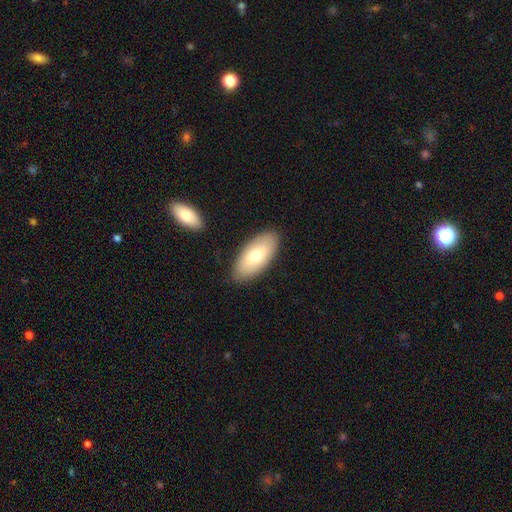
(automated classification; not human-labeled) The model was most divided on "smooth or featured": smooth: 72%, featured or disk: 22%, star or artifact: 6%. More confident: how rounded — in between (91%); merging — none (86%).